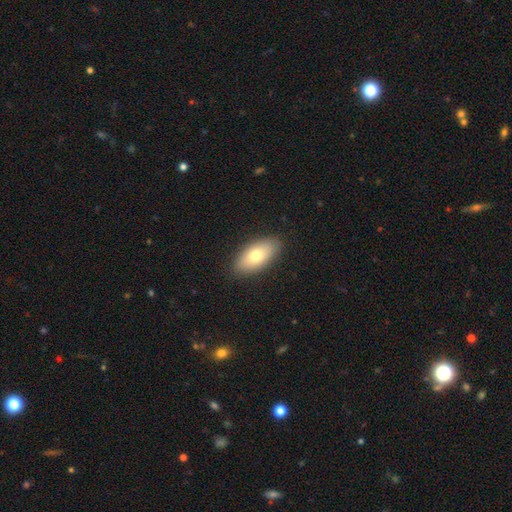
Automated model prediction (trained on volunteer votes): smooth_or_featured: smooth (p=0.72) [alt: featured or disk p=0.21]
how_rounded: in between (p=0.91) [alt: cigar-shaped p=0.05]
merging: none (p=0.88) [alt: minor disturbance p=0.09]